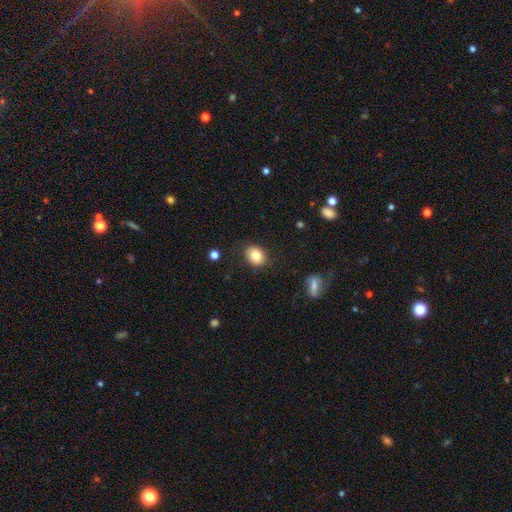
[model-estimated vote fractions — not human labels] A smooth galaxy with no disk features (81%) that is in between round and cigar-shaped (59%).

Vote fractions:
- Smooth or featured? smooth: 81% / featured or disk: 10% / star or artifact: 9%
- How rounded? in between: 59% / round: 41% / cigar-shaped: 1%
- Merging? none: 85% / minor disturbance: 10% / major disturbance: 3% / merger: 1%